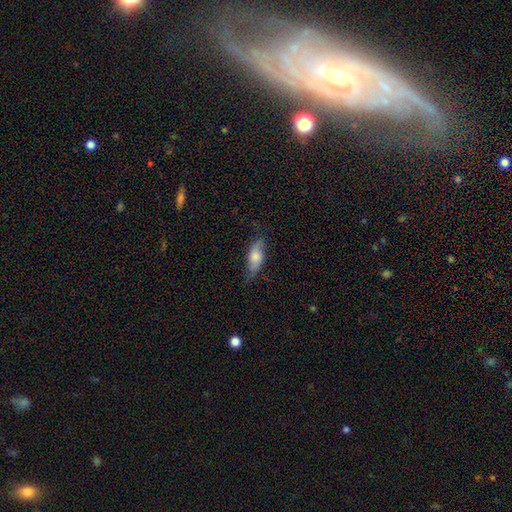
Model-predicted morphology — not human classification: Smooth or featured?
  - smooth: 62% *
  - featured or disk: 31%
  - star or artifact: 6%
How rounded?
  - in between: 77% *
  - cigar-shaped: 20%
  - round: 3%
Merging?
  - none: 68% *
  - minor disturbance: 25%
  - major disturbance: 6%
  - merger: 1%